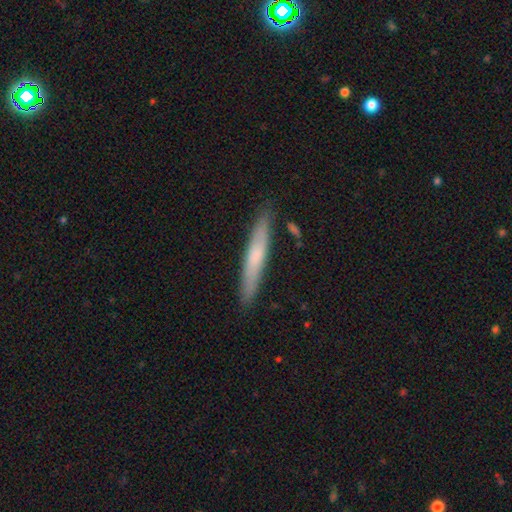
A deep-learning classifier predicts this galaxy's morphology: type=smooth (61%); roundness=cigar-shaped (94%); merging=none (87%).